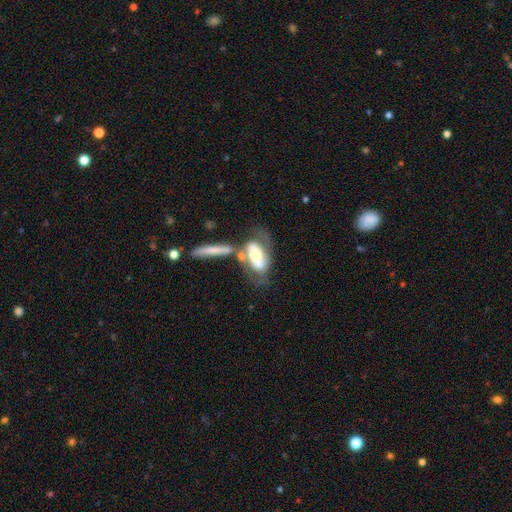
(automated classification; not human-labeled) Smooth or featured? featured or disk (58%)
Edge-on disk? no (87%)
Bar? no (55%)
Spiral arms? yes (58%)
Bulge size? moderate (60%)
Merging? merger (35%, tied with none)